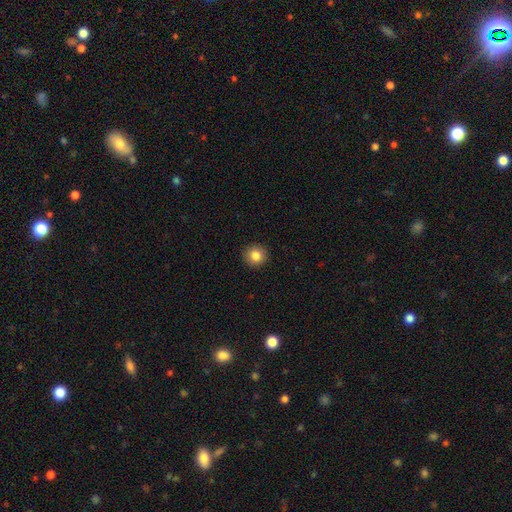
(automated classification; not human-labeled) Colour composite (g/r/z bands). It shows a smooth galaxy with no disk features (84%) that is round (93%). Merging: none (92%).